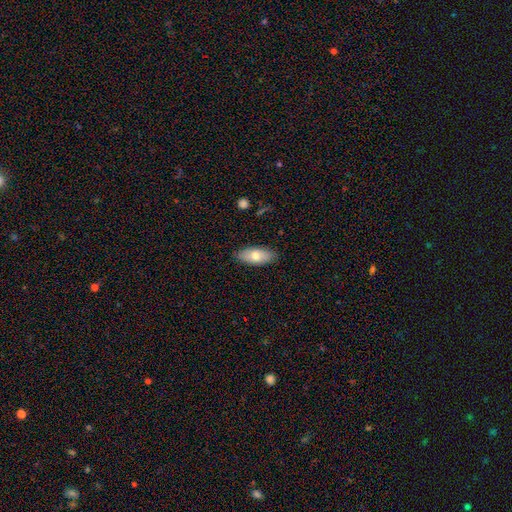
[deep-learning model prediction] smooth 70%, featured or disk 23%, star or artifact 6%. Down the decision tree: how rounded — in between (86%); merging — none (86%).